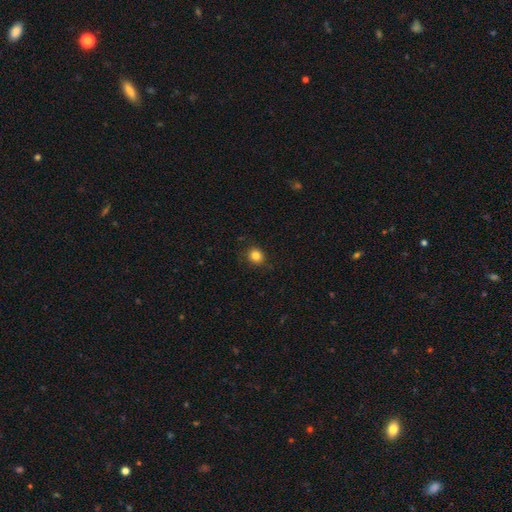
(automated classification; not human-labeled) The model was most divided on "how rounded": round: 82%, in between: 17%, cigar-shaped: 1%. More confident: merging — none (87%); smooth or featured — smooth (84%).